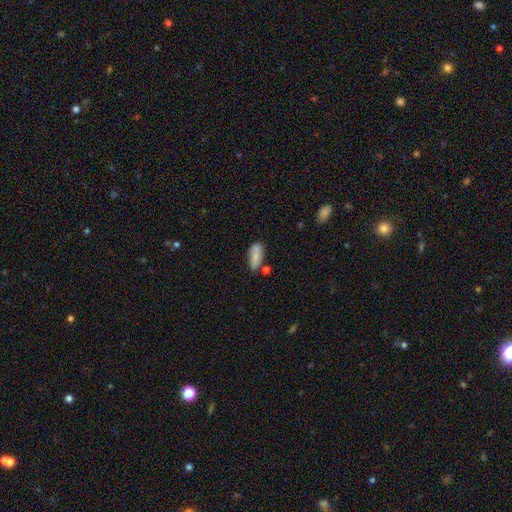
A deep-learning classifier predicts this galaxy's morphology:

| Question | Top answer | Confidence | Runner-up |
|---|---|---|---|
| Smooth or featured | smooth | 77% | featured or disk (16%) |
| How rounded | in between | 86% | cigar-shaped (12%) |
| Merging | none | 64% | minor disturbance (22%) |